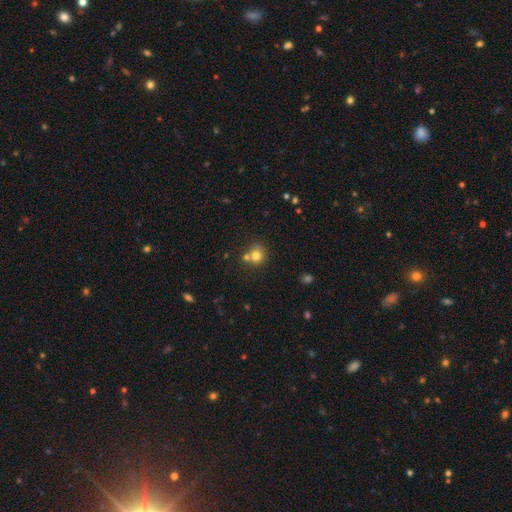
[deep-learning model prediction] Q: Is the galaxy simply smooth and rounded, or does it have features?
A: smooth — 75%.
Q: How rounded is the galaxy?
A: round — 85%.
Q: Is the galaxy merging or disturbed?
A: none — 56%.